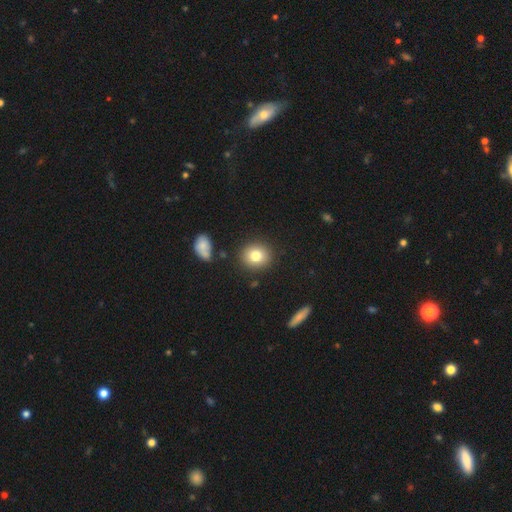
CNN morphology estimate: This appears to be a smooth galaxy with no disk features (81%) that is round (77%). Merging: none (86%).